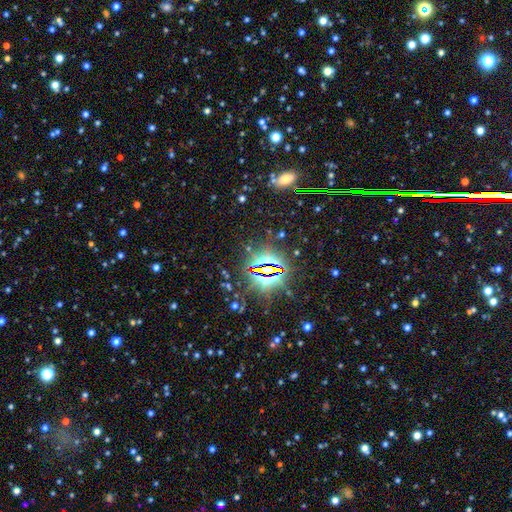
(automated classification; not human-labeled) Morphology: type=star or artifact (81%).